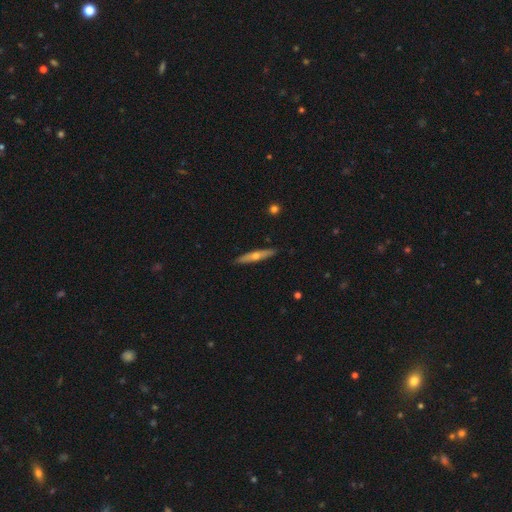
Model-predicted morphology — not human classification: Smooth or featured? Predicted: featured or disk (p=0.57). Edge-on disk? Predicted: yes (p=0.93). Edge-on bulge? Predicted: rounded (p=0.86). Merging? Predicted: none (p=0.91).